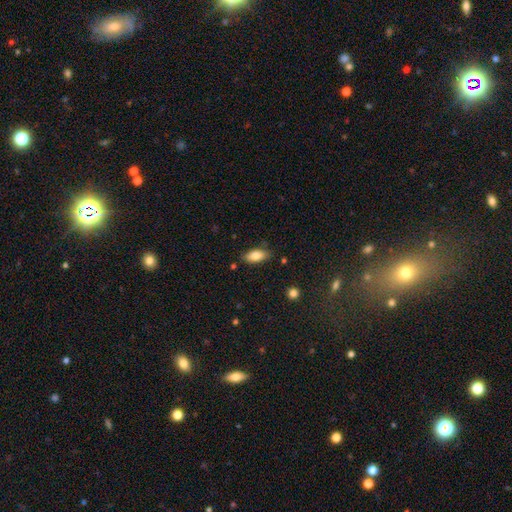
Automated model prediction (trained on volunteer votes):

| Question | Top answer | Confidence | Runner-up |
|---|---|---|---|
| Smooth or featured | smooth | 83% | featured or disk (10%) |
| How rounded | in between | 86% | cigar-shaped (12%) |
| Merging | none | 80% | minor disturbance (15%) |